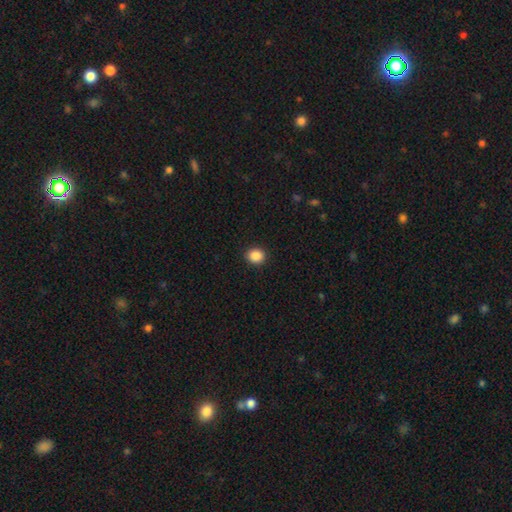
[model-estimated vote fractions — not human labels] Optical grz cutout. It shows a smooth galaxy with no disk features (88%) that is round (78%). Merging: none (92%).